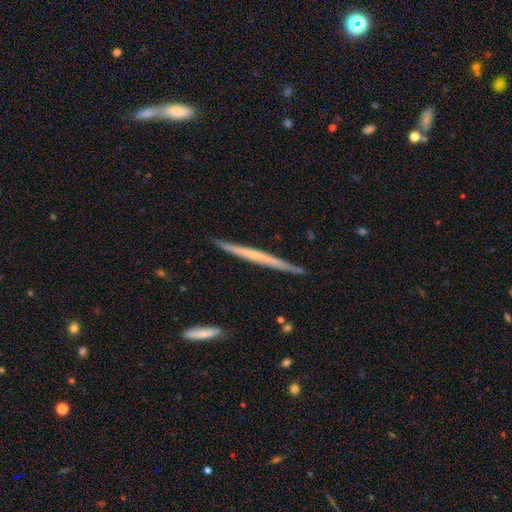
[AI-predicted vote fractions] A featured or disk galaxy (56%) viewed edge-on (97%) with no central bulge (81%). Merging: none (90%).